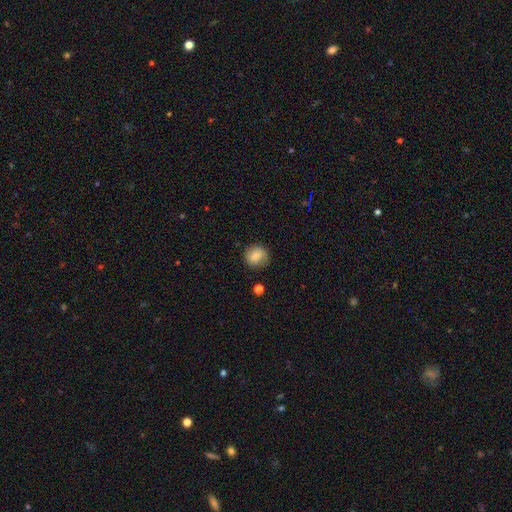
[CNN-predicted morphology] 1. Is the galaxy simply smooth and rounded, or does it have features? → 82% smooth, 9% featured or disk, 9% star or artifact.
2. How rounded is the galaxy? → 84% round, 15% in between, 1% cigar-shaped.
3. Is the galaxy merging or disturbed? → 82% none, 13% minor disturbance, 3% major disturbance, 2% merger.